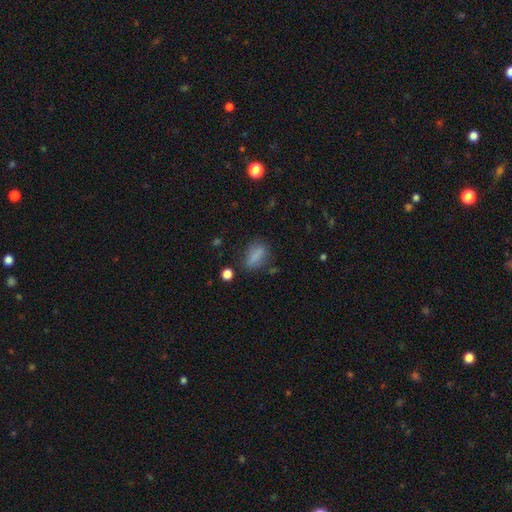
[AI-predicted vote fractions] Q: Smooth or featured?
A: smooth (77%); runner-up: featured or disk (12%)
Q: How rounded?
A: in between (66%); runner-up: cigar-shaped (24%)
Q: Merging?
A: none (69%); runner-up: minor disturbance (19%)